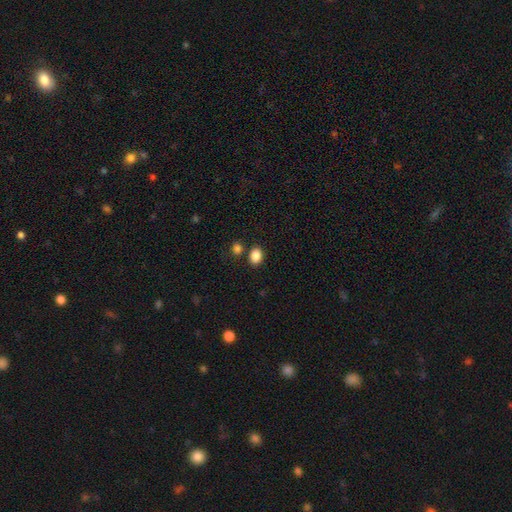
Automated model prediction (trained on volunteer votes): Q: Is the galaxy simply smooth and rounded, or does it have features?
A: smooth — 86%.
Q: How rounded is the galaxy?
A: in between — 59%.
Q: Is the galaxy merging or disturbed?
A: none — 77%.